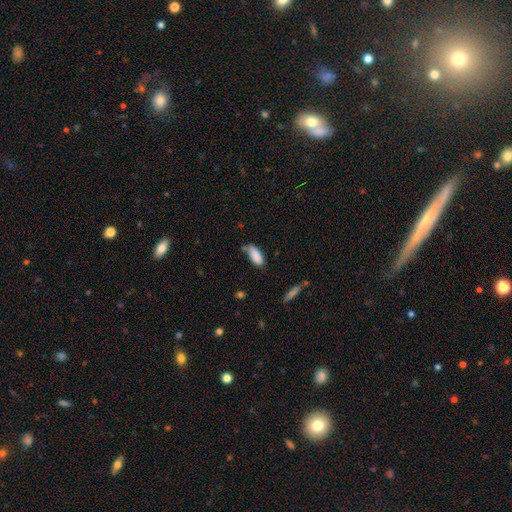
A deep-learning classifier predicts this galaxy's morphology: smooth 87%, star or artifact 7%, featured or disk 6%. Down the decision tree: how rounded — in between (83%); merging — none (63%).